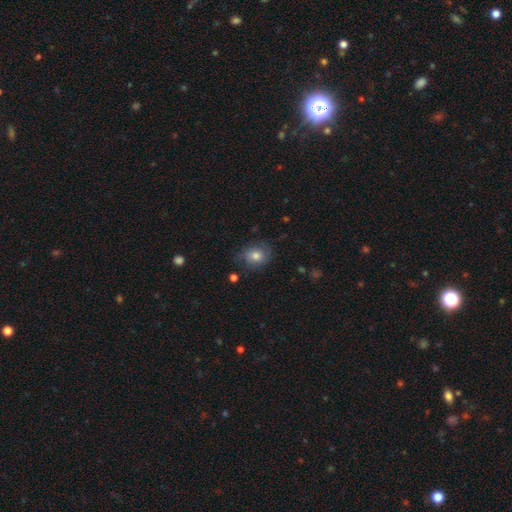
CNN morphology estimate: A smooth galaxy with no disk features (72%) that is round (58%).

Vote fractions:
- Smooth or featured? smooth: 72% / featured or disk: 19% / star or artifact: 10%
- How rounded? round: 58% / in between: 41% / cigar-shaped: 1%
- Merging? none: 68% / minor disturbance: 23% / major disturbance: 7% / merger: 2%